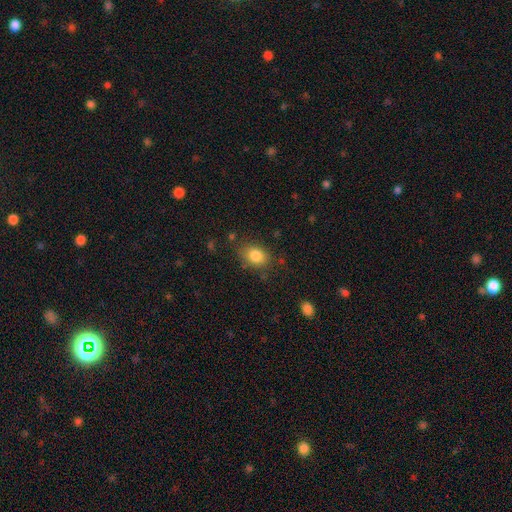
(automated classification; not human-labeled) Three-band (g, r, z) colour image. It shows a smooth galaxy with no disk features (84%) that is in between round and cigar-shaped (67%). Merging: none (77%).